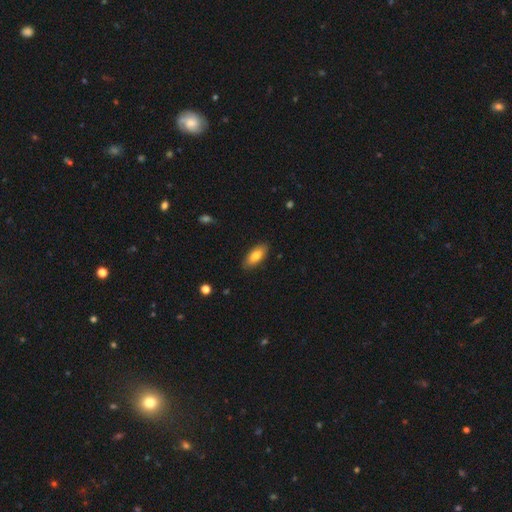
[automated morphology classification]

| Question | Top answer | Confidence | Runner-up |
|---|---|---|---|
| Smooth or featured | smooth | 79% | featured or disk (15%) |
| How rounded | in between | 83% | cigar-shaped (15%) |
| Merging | none | 87% | minor disturbance (10%) |